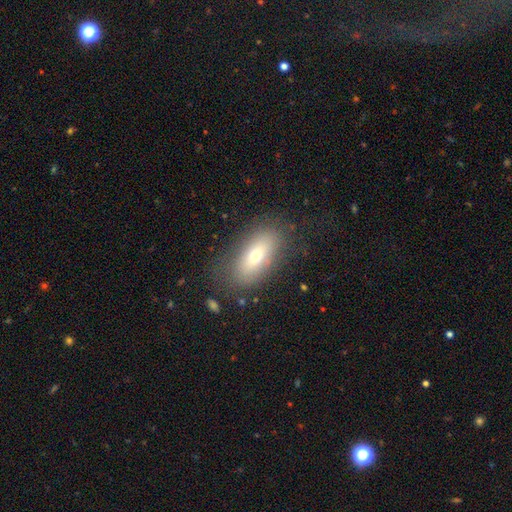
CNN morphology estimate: The model was most divided on "smooth or featured": smooth: 63%, featured or disk: 27%, star or artifact: 10%. More confident: how rounded — in between (83%); merging — none (78%).